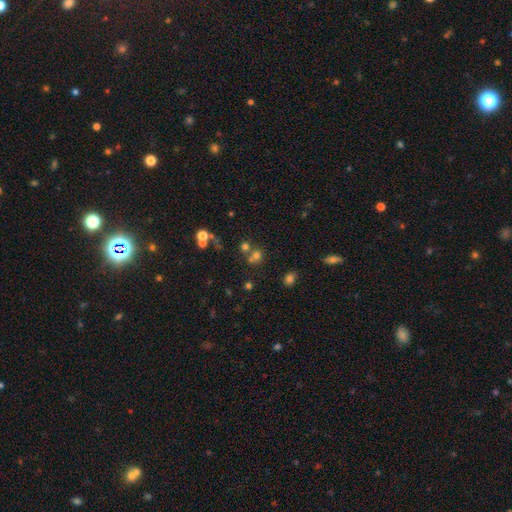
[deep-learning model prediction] This is likely a smooth galaxy (62%). How rounded: clearly round (83%). Merging: possibly none (51%).